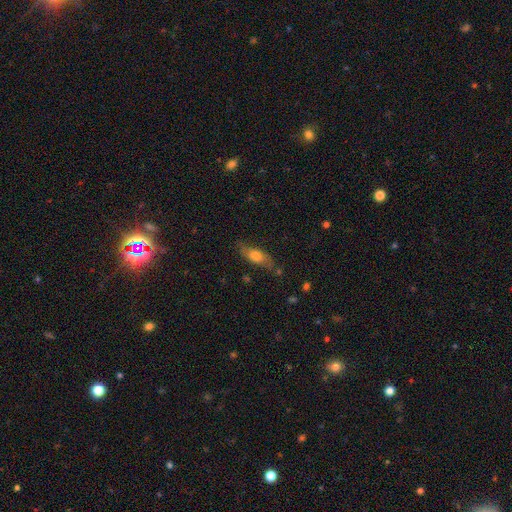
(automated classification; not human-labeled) Morphology: type=smooth (62%); roundness=in between (65%); merging=none (71%).